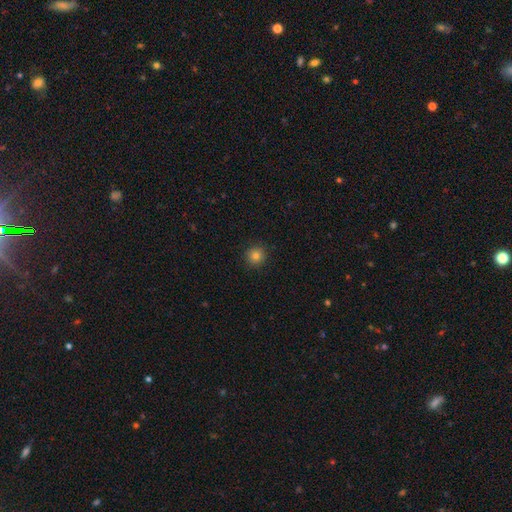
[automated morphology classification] A smooth galaxy with no disk features (82%) that is round (94%).

Vote fractions:
- Smooth or featured? smooth: 82% / star or artifact: 13% / featured or disk: 5%
- How rounded? round: 94% / in between: 5% / cigar-shaped: 1%
- Merging? none: 92% / minor disturbance: 6% / major disturbance: 2% / merger: 1%